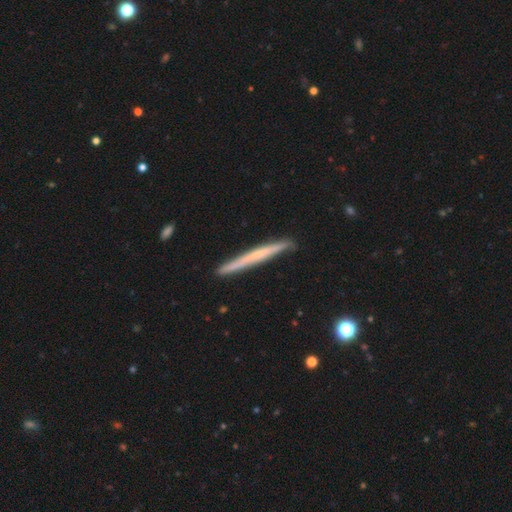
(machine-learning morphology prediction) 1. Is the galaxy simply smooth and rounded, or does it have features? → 52% featured or disk, 42% smooth, 6% star or artifact.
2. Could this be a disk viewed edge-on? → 97% yes, 3% no.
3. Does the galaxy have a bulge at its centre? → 76% none, 19% rounded, 5% boxy.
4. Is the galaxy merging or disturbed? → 89% none, 8% minor disturbance, 1% major disturbance, 1% merger.